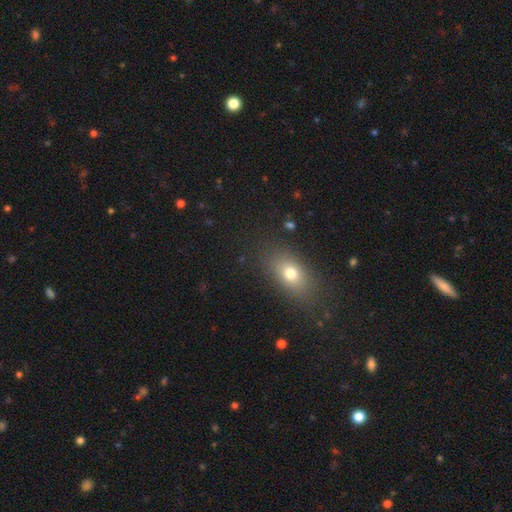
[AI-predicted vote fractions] Q: Smooth or featured?
A: smooth (65%); runner-up: star or artifact (25%)
Q: How rounded?
A: in between (70%); runner-up: round (26%)
Q: Merging?
A: none (85%); runner-up: minor disturbance (10%)